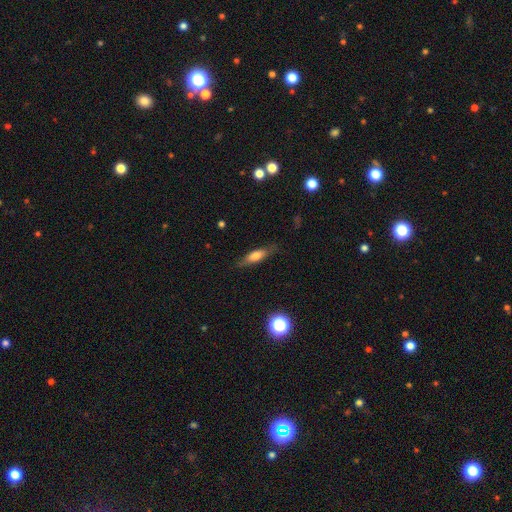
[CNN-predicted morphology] A smooth galaxy with no disk features (61%) that is cigar-shaped (57%).

Vote fractions:
- Smooth or featured? smooth: 61% / featured or disk: 30% / star or artifact: 9%
- How rounded? cigar-shaped: 57% / in between: 40% / round: 3%
- Merging? none: 79% / minor disturbance: 15% / major disturbance: 4% / merger: 1%